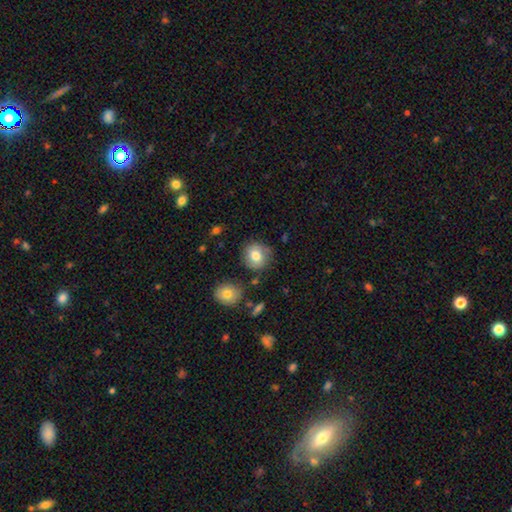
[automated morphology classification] smooth-or-featured: smooth: 77% | featured or disk: 13% | star or artifact: 9%
  how-rounded: round: 87% | in between: 12% | cigar-shaped: 1%
  merging: none: 79% | minor disturbance: 14% | merger: 4% | major disturbance: 4%